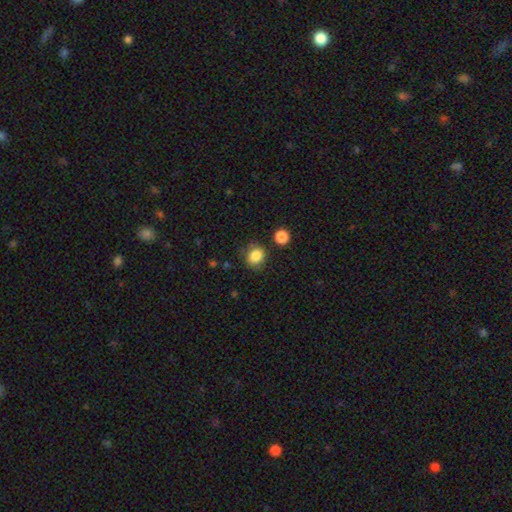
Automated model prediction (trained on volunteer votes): Smooth or featured? Predicted: smooth (p=0.85). How rounded? Predicted: round (p=0.68). Merging? Predicted: none (p=0.78).